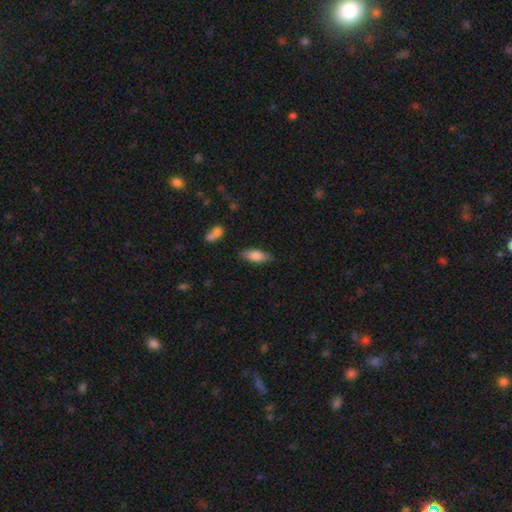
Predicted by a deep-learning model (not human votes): smooth_or_featured: smooth (p=0.79) [alt: featured or disk p=0.14]
how_rounded: in between (p=0.76) [alt: cigar-shaped p=0.21]
merging: none (p=0.80) [alt: minor disturbance p=0.15]